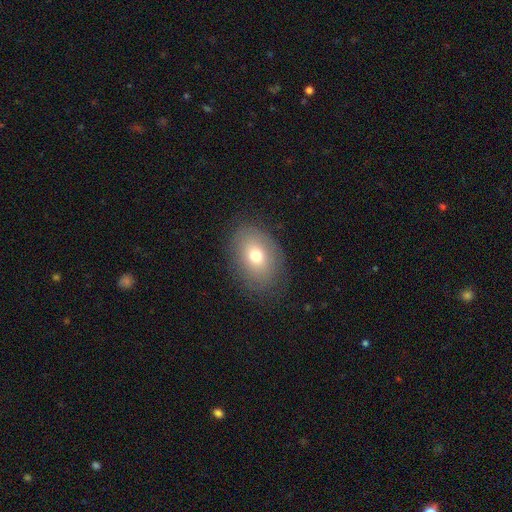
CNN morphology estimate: Overall: smooth (70%). How rounded: in between (74%). Merging: none (79%).